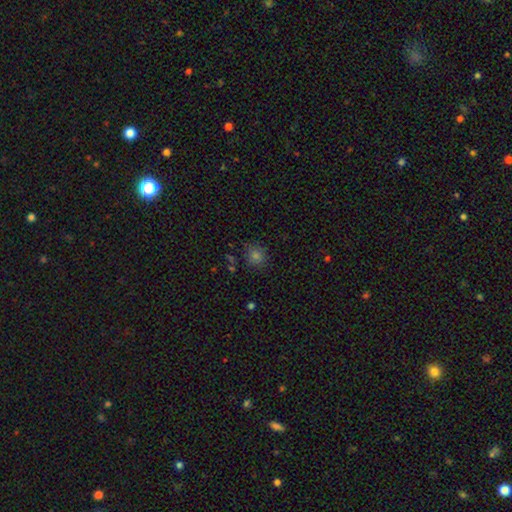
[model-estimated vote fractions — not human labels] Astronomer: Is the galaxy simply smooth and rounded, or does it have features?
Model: smooth — 75%.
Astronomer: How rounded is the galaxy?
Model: round — 88%.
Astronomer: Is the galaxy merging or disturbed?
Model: none — 85%.